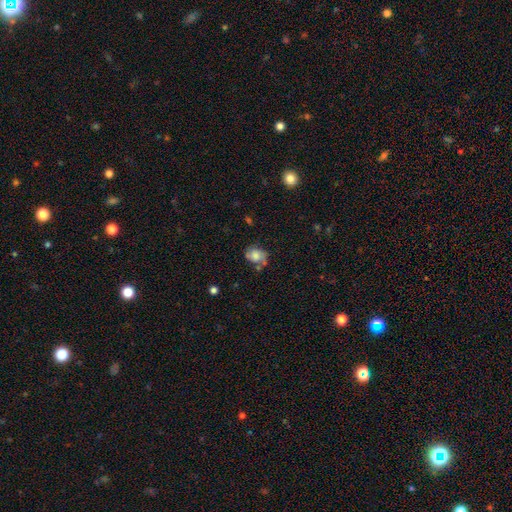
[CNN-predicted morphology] smooth_or_featured: smooth (p=0.63) [alt: featured or disk p=0.28]
how_rounded: round (p=0.51) [alt: in between p=0.48]
merging: none (p=0.53) [alt: minor disturbance p=0.26]